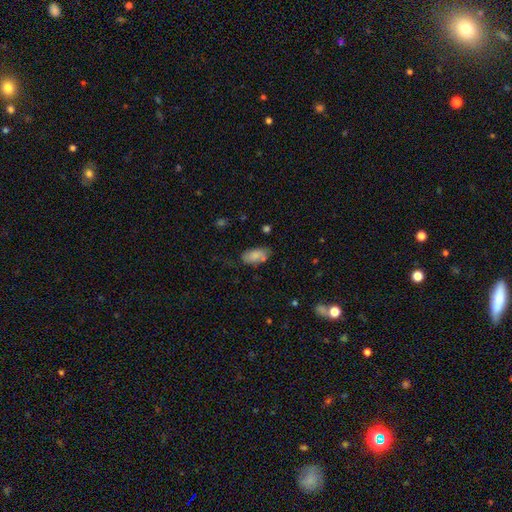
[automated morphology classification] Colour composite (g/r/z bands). It shows a smooth galaxy with no disk features (80%) that is in between round and cigar-shaped (91%). Merging: none (63%).